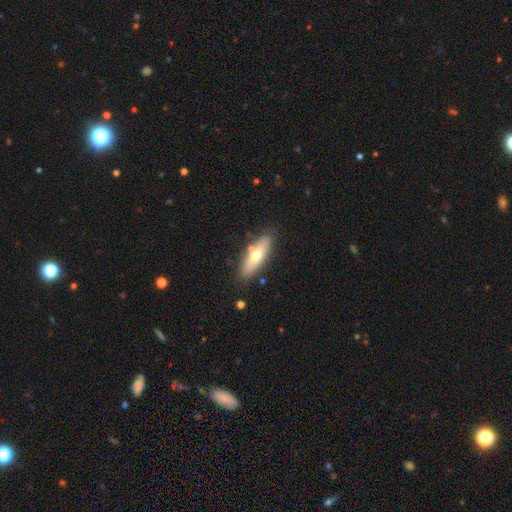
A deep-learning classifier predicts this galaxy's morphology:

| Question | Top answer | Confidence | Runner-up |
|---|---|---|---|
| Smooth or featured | smooth | 59% | featured or disk (35%) |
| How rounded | in between | 55% | cigar-shaped (43%) |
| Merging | none | 80% | minor disturbance (12%) |